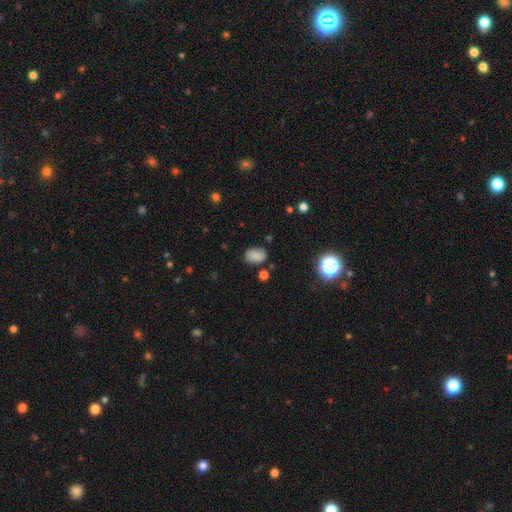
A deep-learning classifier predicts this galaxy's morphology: Smooth or featured? smooth (82%)
How rounded? in between (83%)
Merging? none (76%)